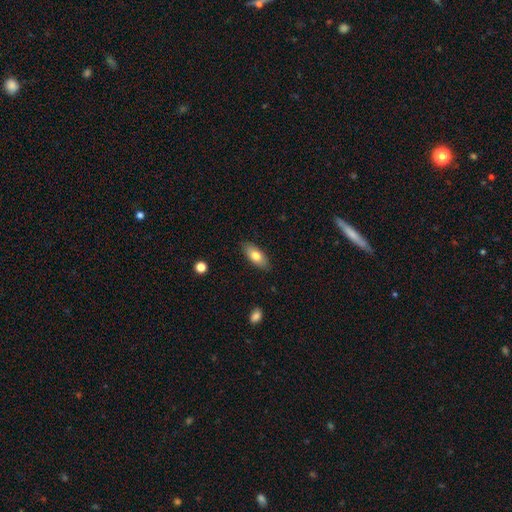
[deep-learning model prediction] Smooth or featured: smooth — 76% (featured or disk — 18%)
How rounded: in between — 85% (cigar-shaped — 12%)
Merging: none — 86% (minor disturbance — 11%)